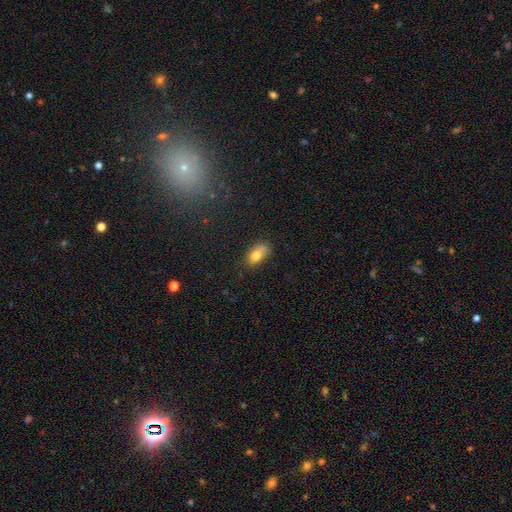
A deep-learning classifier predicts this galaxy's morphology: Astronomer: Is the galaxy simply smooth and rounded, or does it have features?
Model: smooth — 77%.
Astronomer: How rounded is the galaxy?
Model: in between — 86%.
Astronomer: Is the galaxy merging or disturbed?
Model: none — 53%.